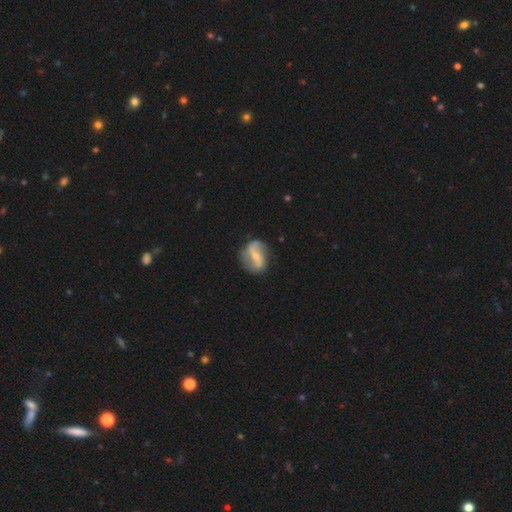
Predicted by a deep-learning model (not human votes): This appears to be a featured or disk galaxy (75%) with a strong bar (40%), 2 (87%) loose (59%) spiral arms (86%) and a small central bulge (60%). Merging: none (71%).